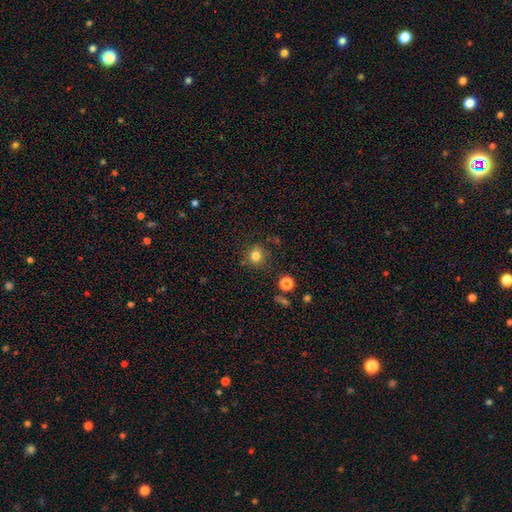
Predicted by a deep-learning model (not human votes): smooth 80%, star or artifact 13%, featured or disk 7%. Down the decision tree: how rounded — round (86%); merging — none (80%).